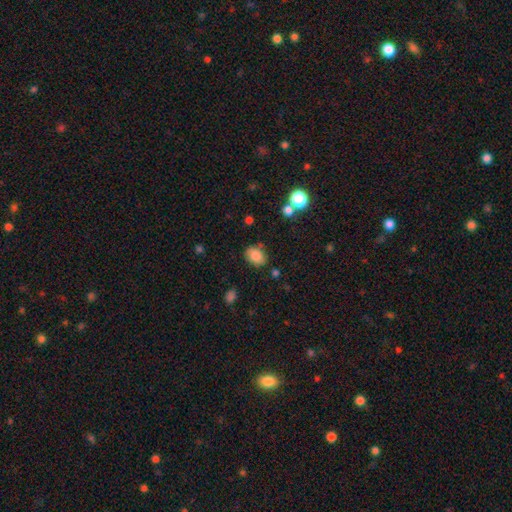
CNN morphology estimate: Smooth or featured? Predicted: smooth (p=0.84). How rounded? Predicted: in between (p=0.68). Merging? Predicted: none (p=0.74).